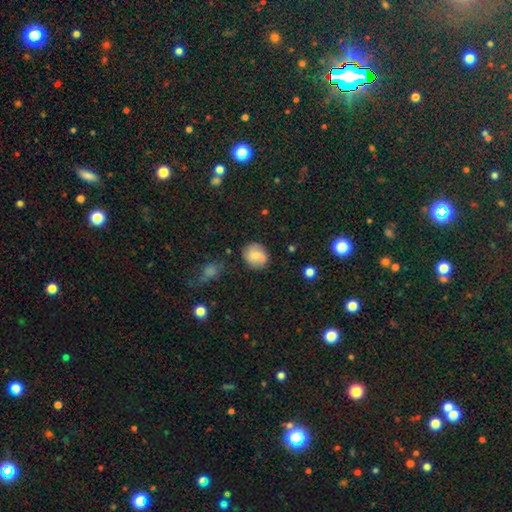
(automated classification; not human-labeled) A smooth galaxy with no disk features (75%) that is round (74%).

Vote fractions:
- Smooth or featured? smooth: 75% / featured or disk: 15% / star or artifact: 10%
- How rounded? round: 74% / in between: 25% / cigar-shaped: 1%
- Merging? none: 70% / minor disturbance: 15% / merger: 12% / major disturbance: 4%